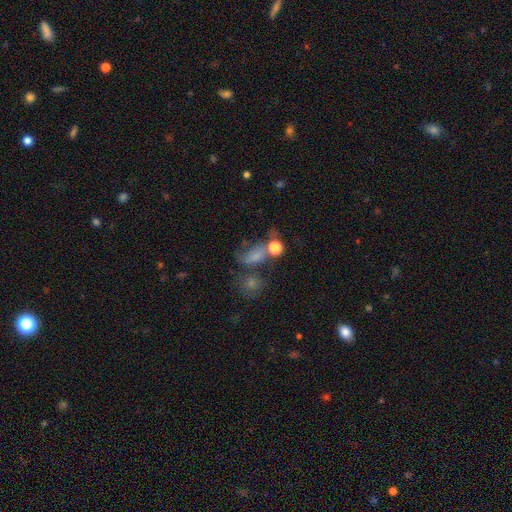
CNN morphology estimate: This is likely a smooth galaxy (61%). How rounded: likely in between (63%). Merging: marginally none (33%).